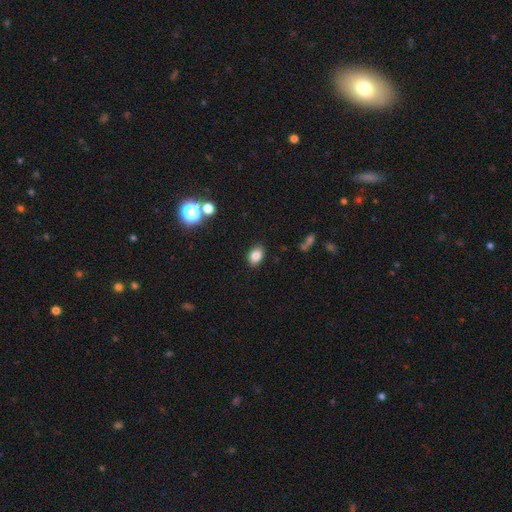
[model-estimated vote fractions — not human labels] smooth-or-featured: smooth: 83% | star or artifact: 11% | featured or disk: 6%
  how-rounded: in between: 80% | round: 18% | cigar-shaped: 1%
  merging: none: 87% | minor disturbance: 9% | major disturbance: 2% | merger: 2%